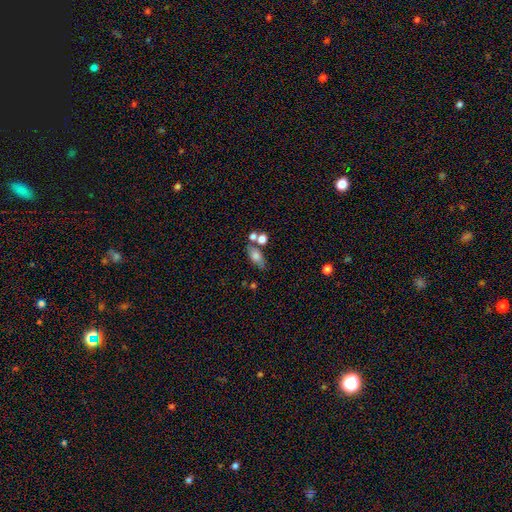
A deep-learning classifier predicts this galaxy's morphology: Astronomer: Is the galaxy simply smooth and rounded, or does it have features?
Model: smooth — 69%.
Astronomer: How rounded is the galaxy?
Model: in between — 77%.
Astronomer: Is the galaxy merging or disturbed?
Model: none — 54%.